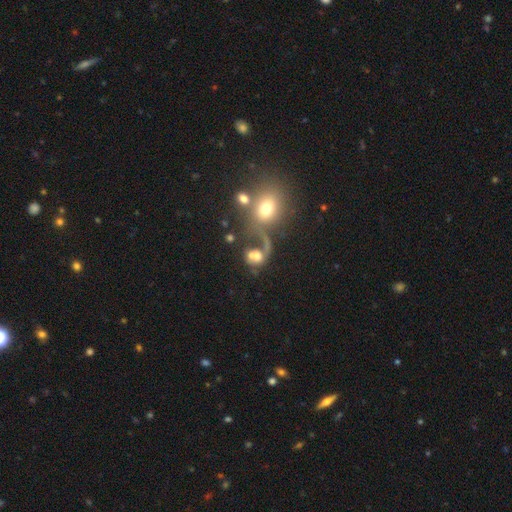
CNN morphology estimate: Q: Smooth or featured?
A: smooth (51%); runner-up: featured or disk (35%)
Q: How rounded?
A: in between (50%); runner-up: round (48%)
Q: Merging?
A: merger (47%); runner-up: major disturbance (24%)